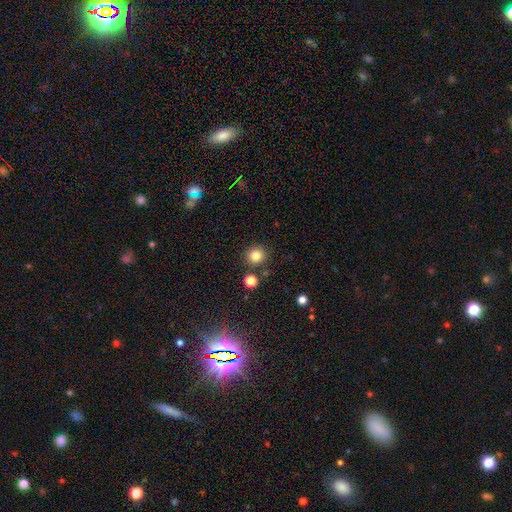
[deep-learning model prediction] This appears to be a smooth galaxy with no disk features (83%) that is round (90%). Merging: none (85%).